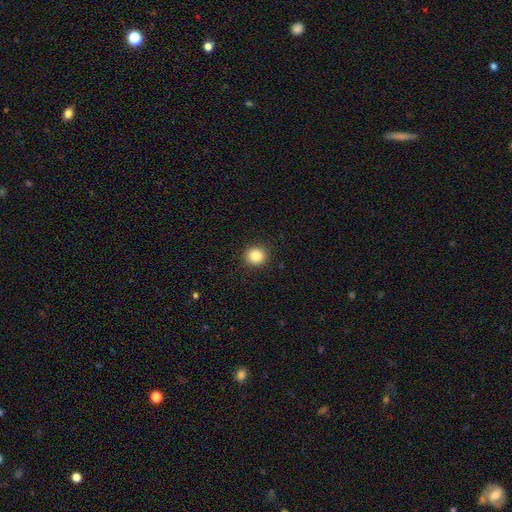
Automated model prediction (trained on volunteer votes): A smooth galaxy with no disk features (86%) that is round (85%). Merging: none (91%).